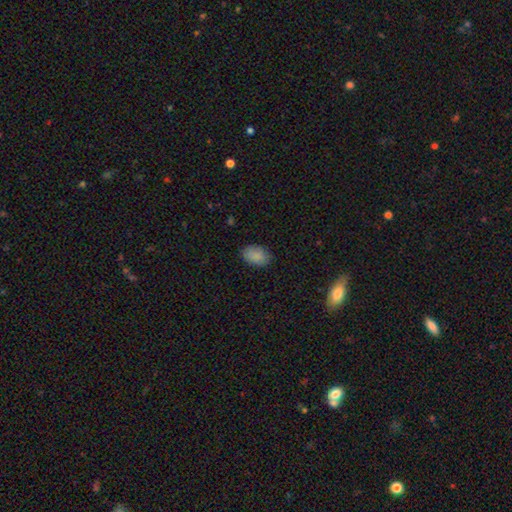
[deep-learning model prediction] smooth_or_featured: smooth (p=0.87) [alt: star or artifact p=0.07]
how_rounded: in between (p=0.85) [alt: round p=0.14]
merging: none (p=0.84) [alt: minor disturbance p=0.12]